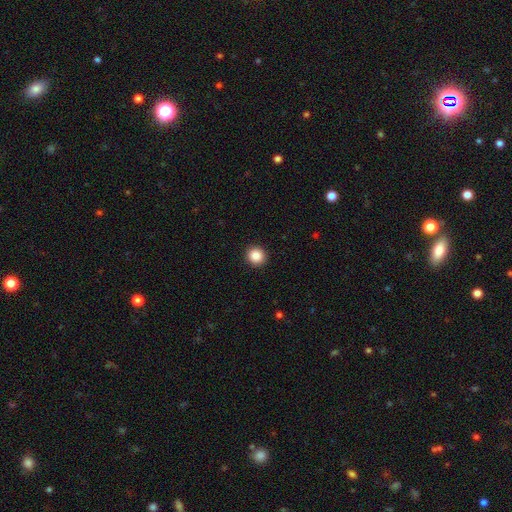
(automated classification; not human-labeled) Smooth or featured? smooth (87%)
How rounded? round (93%)
Merging? none (93%)